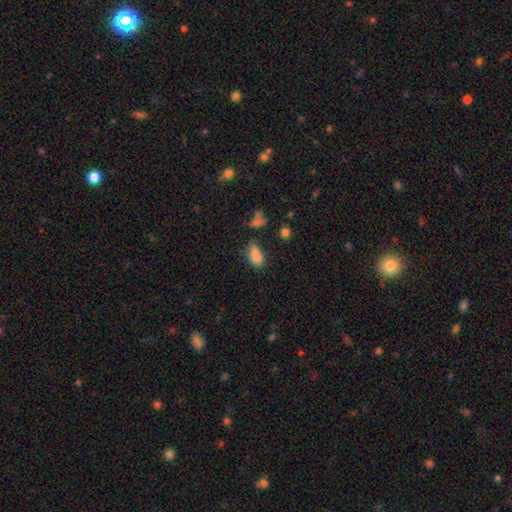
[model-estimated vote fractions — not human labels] Overall: smooth (82%). How rounded: in between (88%). Merging: none (51%; minor disturbance 29%).